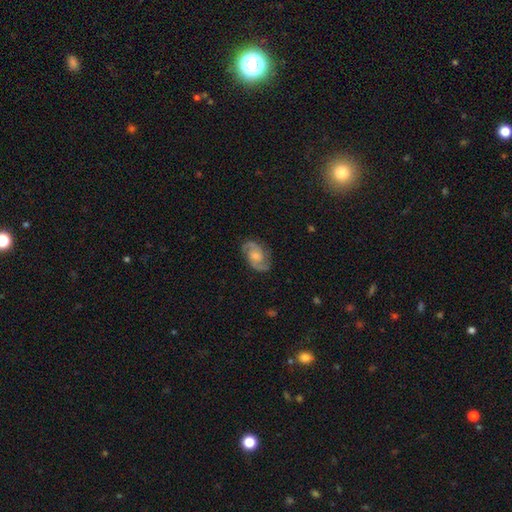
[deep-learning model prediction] Overall: featured or disk (87%). Edge-on disk: no (98%). Bar: no (59%; weak 35%). Spiral arms: yes (97%). Spiral arm count: 2 (93%). Spiral winding: medium (56%; tight 28%). Bulge size: moderate (45%; small 27%). Merging: none (84%).